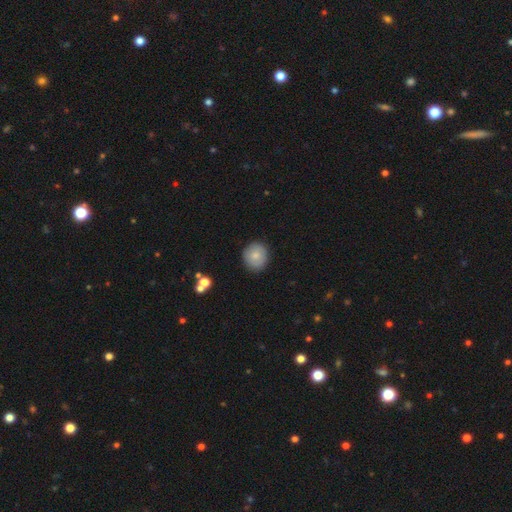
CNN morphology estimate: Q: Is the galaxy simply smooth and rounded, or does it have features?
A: smooth — 81%.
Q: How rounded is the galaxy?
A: round — 85%.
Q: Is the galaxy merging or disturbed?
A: none — 89%.